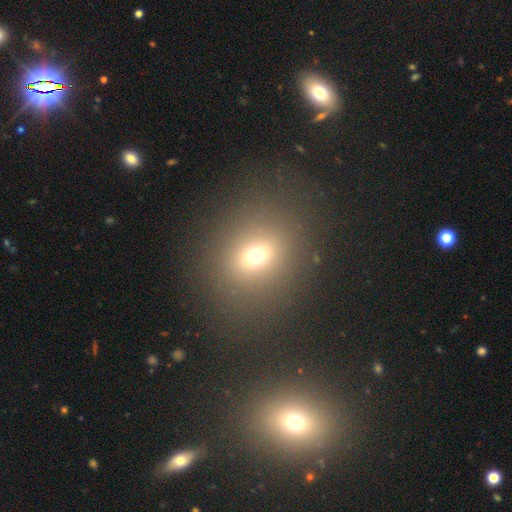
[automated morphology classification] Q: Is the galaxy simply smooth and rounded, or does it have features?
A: smooth — 67%.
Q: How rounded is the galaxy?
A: round — 64%.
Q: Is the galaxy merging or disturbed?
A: none — 82%.